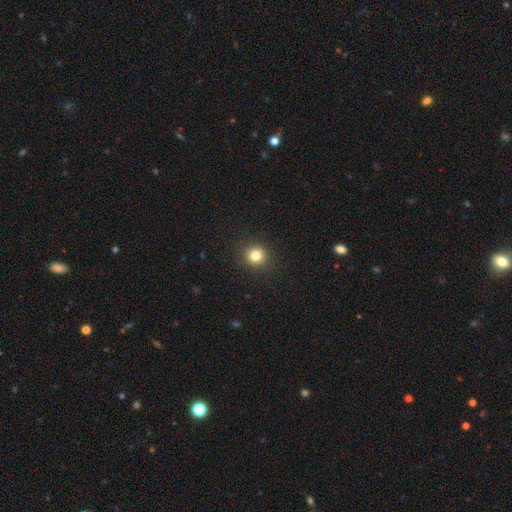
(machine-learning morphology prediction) Smooth or featured? smooth (82%)
How rounded? round (92%)
Merging? none (92%)